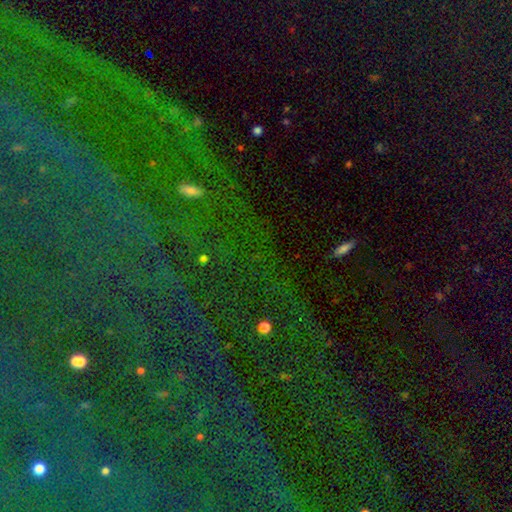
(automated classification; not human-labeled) Smooth or featured? star or artifact (77%)